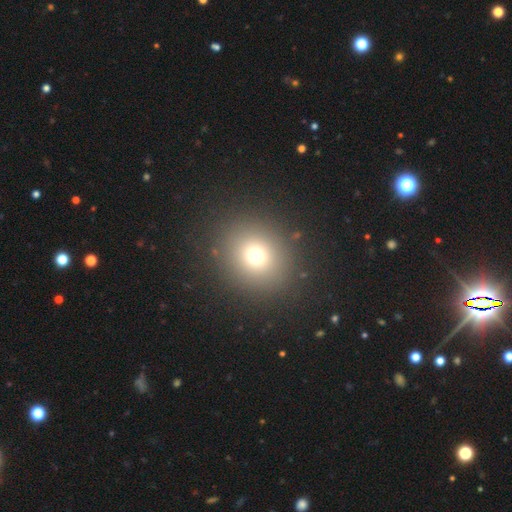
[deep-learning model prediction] Smooth or featured? Predicted: smooth (p=0.70). How rounded? Predicted: round (p=0.83). Merging? Predicted: none (p=0.87).